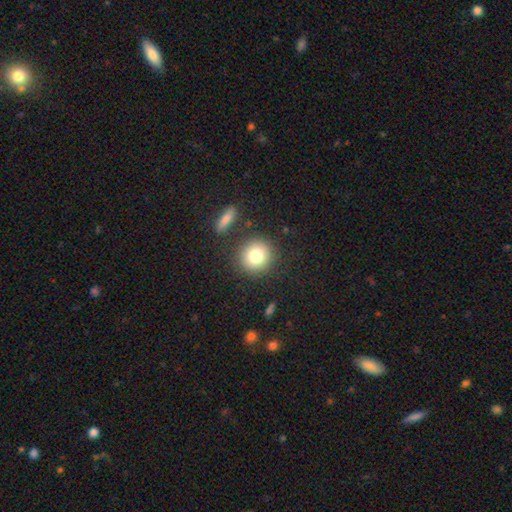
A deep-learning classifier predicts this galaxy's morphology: Smooth or featured?
  - smooth: 80% *
  - featured or disk: 10%
  - star or artifact: 10%
How rounded?
  - round: 90% *
  - in between: 9%
  - cigar-shaped: 1%
Merging?
  - none: 85% *
  - minor disturbance: 8%
  - merger: 5%
  - major disturbance: 3%